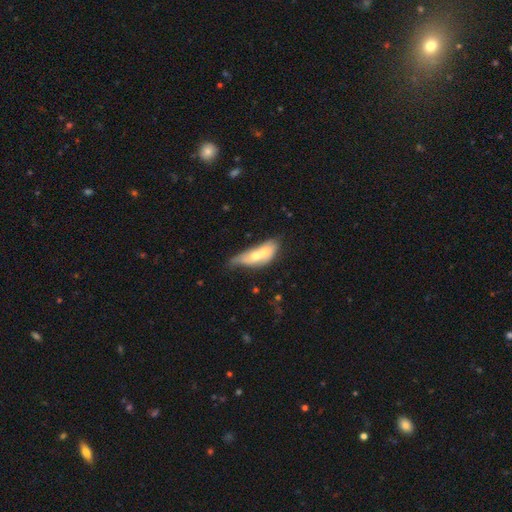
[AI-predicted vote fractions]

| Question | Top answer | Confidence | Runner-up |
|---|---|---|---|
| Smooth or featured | smooth | 54% | featured or disk (39%) |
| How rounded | in between | 71% | cigar-shaped (22%) |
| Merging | merger | 68% | none (14%) |